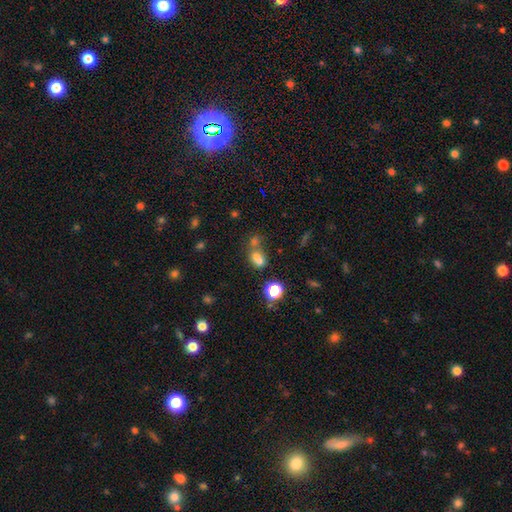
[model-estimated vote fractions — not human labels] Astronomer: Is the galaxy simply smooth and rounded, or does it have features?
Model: smooth — 65%.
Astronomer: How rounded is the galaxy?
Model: in between — 58% (runner-up: round, 40%).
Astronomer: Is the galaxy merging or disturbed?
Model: merger — 51% (runner-up: none, 33%).